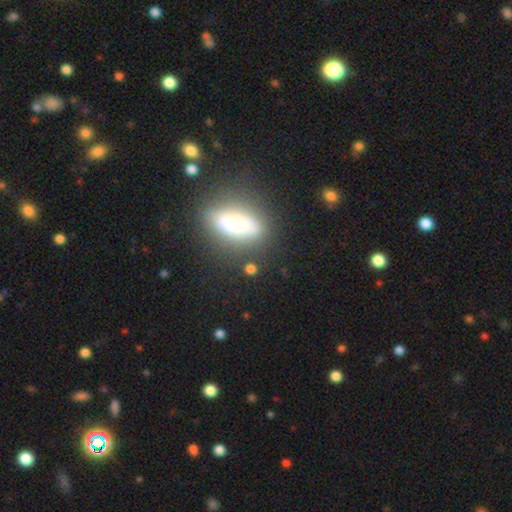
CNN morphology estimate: Smooth or featured? smooth (58%)
How rounded? in between (74%)
Merging? none (76%)